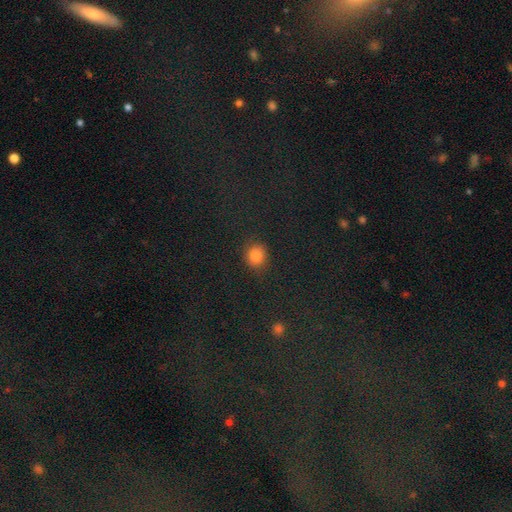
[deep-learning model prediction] A smooth galaxy with no disk features (81%) that is round (79%).

Vote fractions:
- Smooth or featured? smooth: 81% / star or artifact: 14% / featured or disk: 6%
- How rounded? round: 79% / in between: 20% / cigar-shaped: 1%
- Merging? none: 85% / minor disturbance: 10% / major disturbance: 3% / merger: 2%